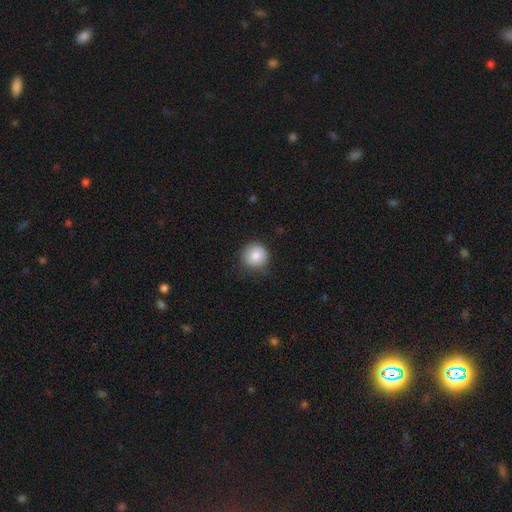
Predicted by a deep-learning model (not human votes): Morphology: type=smooth (82%); roundness=round (93%); merging=none (80%).